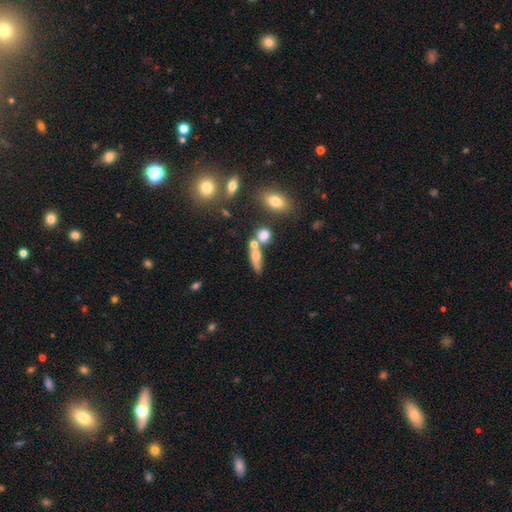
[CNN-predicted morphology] This appears to be a smooth galaxy with no disk features (60%) that is in between round and cigar-shaped (45%). Merging: none (46%).